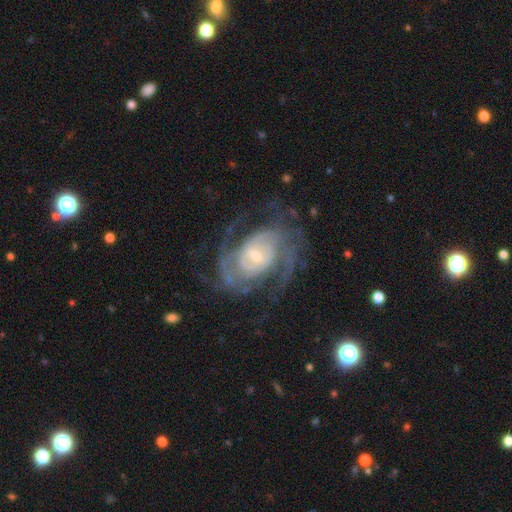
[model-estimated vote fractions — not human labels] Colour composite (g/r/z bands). It shows a featured or disk galaxy (89%) with no bar (51%), 2 (49%) tight (47%) spiral arms (96%) and a small central bulge (58%). Merging: none (66%).